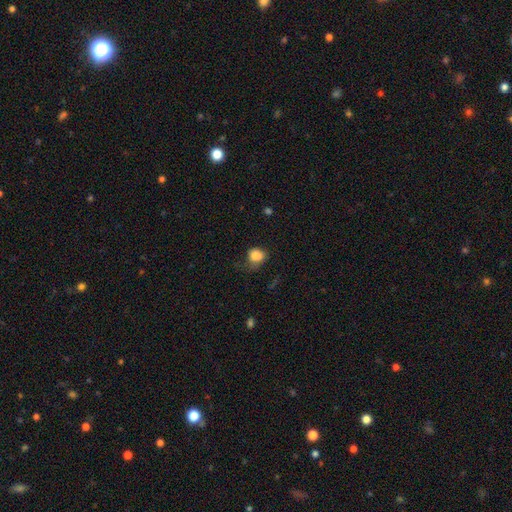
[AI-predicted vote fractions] Smooth or featured? smooth (82%)
How rounded? round (60%)
Merging? none (37%)